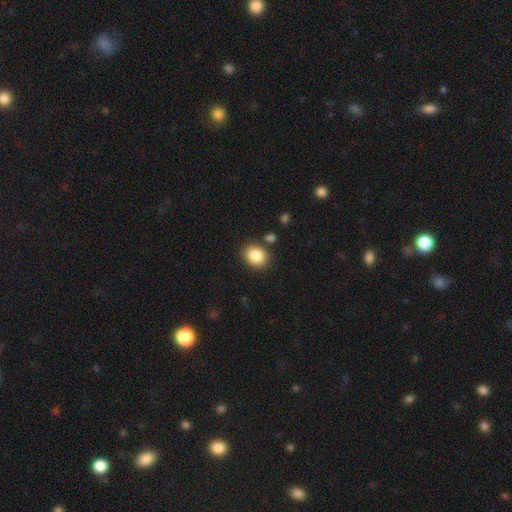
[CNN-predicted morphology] Smooth or featured? Predicted: smooth (p=0.85). How rounded? Predicted: round (p=0.56). Merging? Predicted: none (p=0.83).